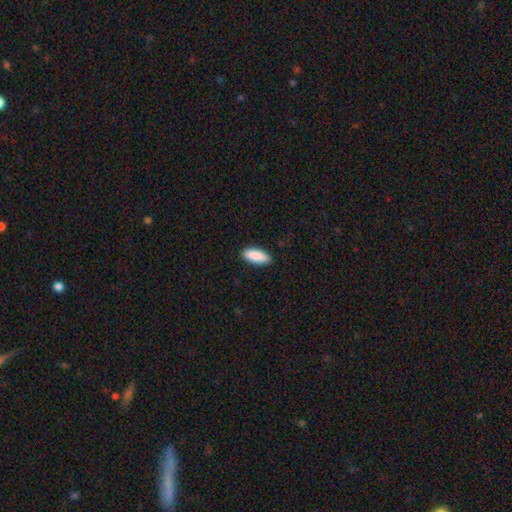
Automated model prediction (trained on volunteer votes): This appears to be a smooth galaxy with no disk features (90%) that is in between round and cigar-shaped (78%). Merging: none (90%).